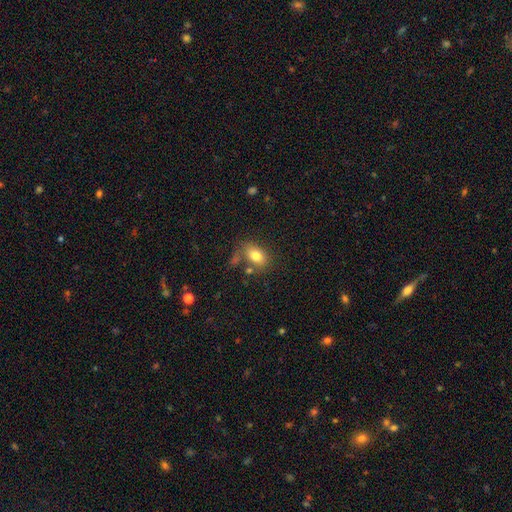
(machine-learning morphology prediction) smooth-or-featured: smooth: 79% | featured or disk: 12% | star or artifact: 9%
  how-rounded: in between: 84% | round: 14% | cigar-shaped: 2%
  merging: none: 63% | minor disturbance: 17% | merger: 14% | major disturbance: 6%